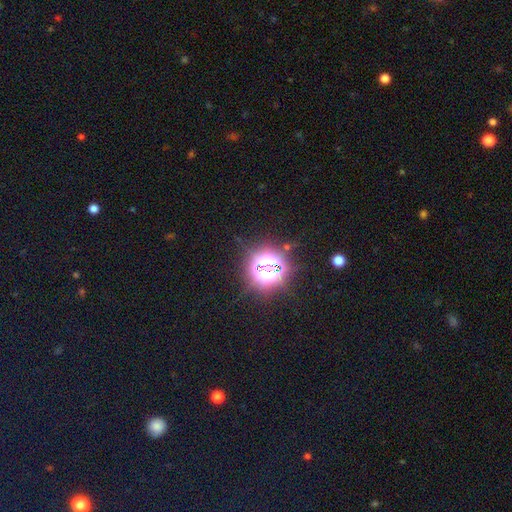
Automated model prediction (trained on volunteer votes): The model was most divided on "smooth or featured": star or artifact: 80%, smooth: 14%, featured or disk: 5%.